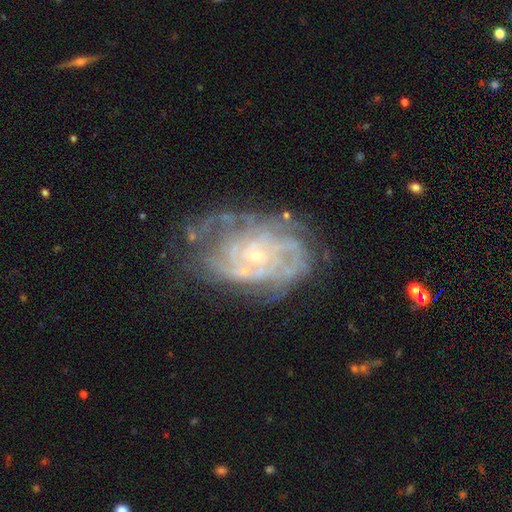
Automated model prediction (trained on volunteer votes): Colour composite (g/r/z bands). It shows a featured or disk galaxy (83%) with no bar (77%), tight (66%) spiral arms (87%) and a small central bulge (78%). Merging: none (60%).